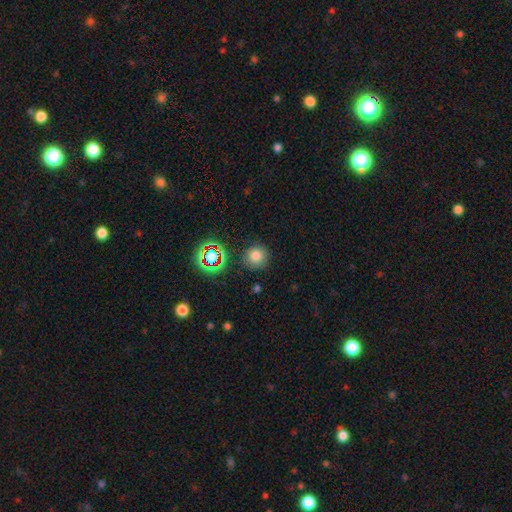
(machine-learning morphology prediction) smooth_or_featured: smooth (p=0.75) [alt: star or artifact p=0.18]
how_rounded: round (p=0.92) [alt: in between p=0.07]
merging: none (p=0.85) [alt: minor disturbance p=0.09]